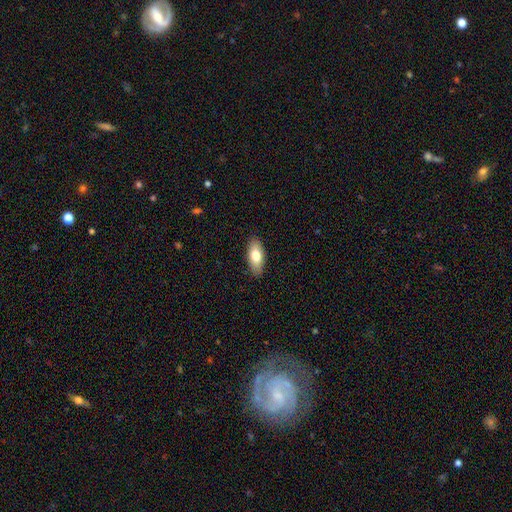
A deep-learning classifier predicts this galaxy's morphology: Smooth or featured?
  - smooth: 77% *
  - featured or disk: 17%
  - star or artifact: 6%
How rounded?
  - in between: 85% *
  - cigar-shaped: 12%
  - round: 3%
Merging?
  - none: 88% *
  - minor disturbance: 9%
  - major disturbance: 2%
  - merger: 1%